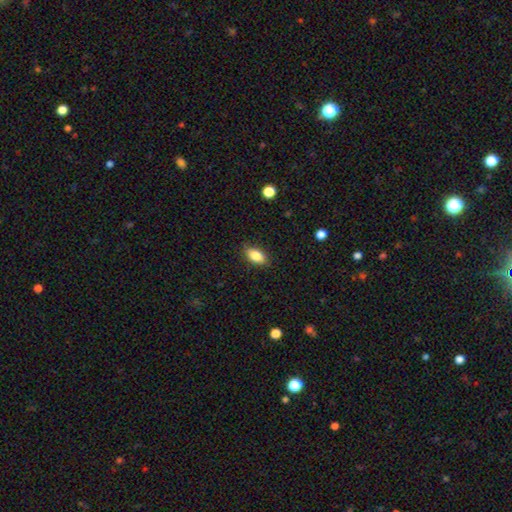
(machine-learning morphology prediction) Smooth or featured?
  - smooth: 84% *
  - featured or disk: 8%
  - star or artifact: 8%
How rounded?
  - in between: 89% *
  - round: 6%
  - cigar-shaped: 5%
Merging?
  - none: 83% *
  - minor disturbance: 13%
  - major disturbance: 3%
  - merger: 1%